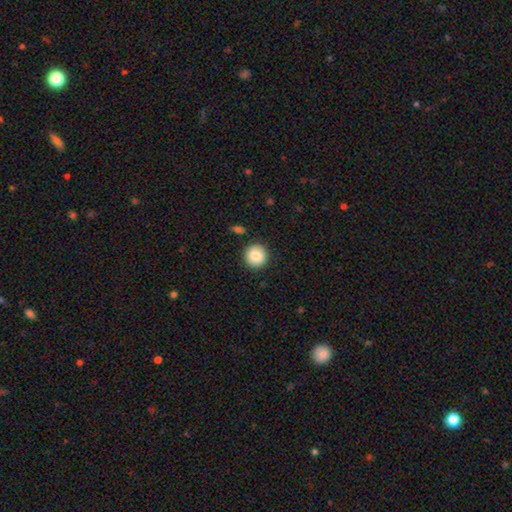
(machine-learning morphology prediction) smooth-or-featured: smooth: 84% | star or artifact: 8% | featured or disk: 8%
  how-rounded: round: 94% | in between: 5% | cigar-shaped: 1%
  merging: none: 90% | minor disturbance: 6% | major disturbance: 2% | merger: 2%